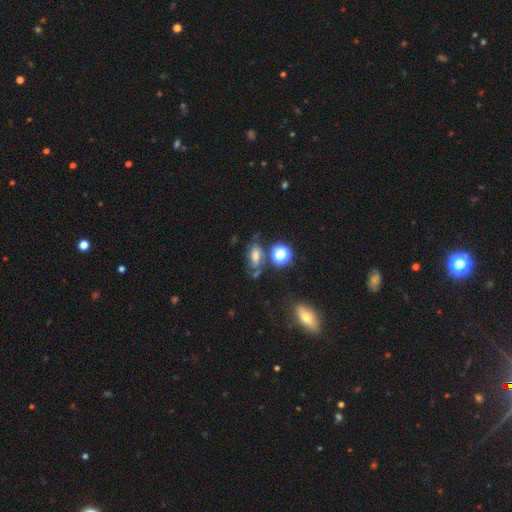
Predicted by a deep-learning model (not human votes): A smooth galaxy with no disk features (47%). Merging: none (57%).